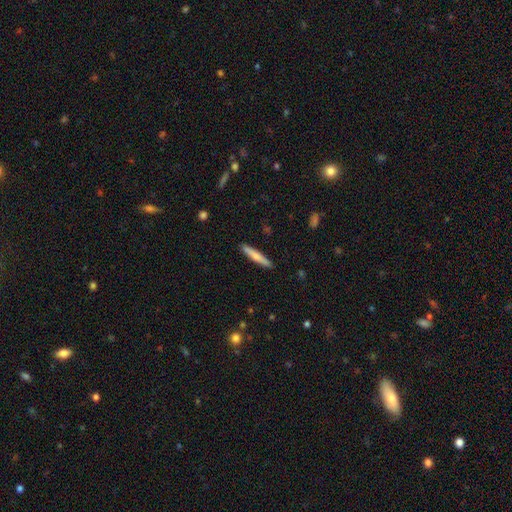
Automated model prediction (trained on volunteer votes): Q: Smooth or featured?
A: smooth (70%); runner-up: featured or disk (25%)
Q: How rounded?
A: cigar-shaped (93%); runner-up: in between (6%)
Q: Merging?
A: none (90%); runner-up: minor disturbance (7%)